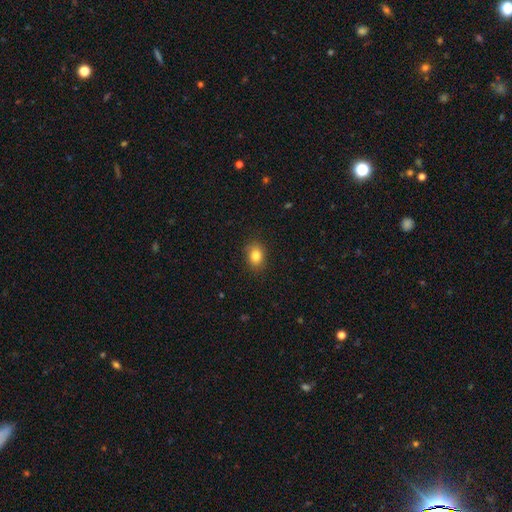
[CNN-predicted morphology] type=smooth (83%); roundness=in between (57%); merging=none (87%).